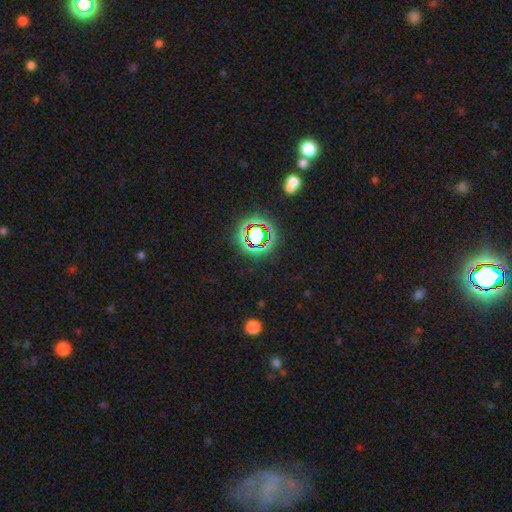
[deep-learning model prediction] star or artifact 75%, smooth 15%, featured or disk 10%.